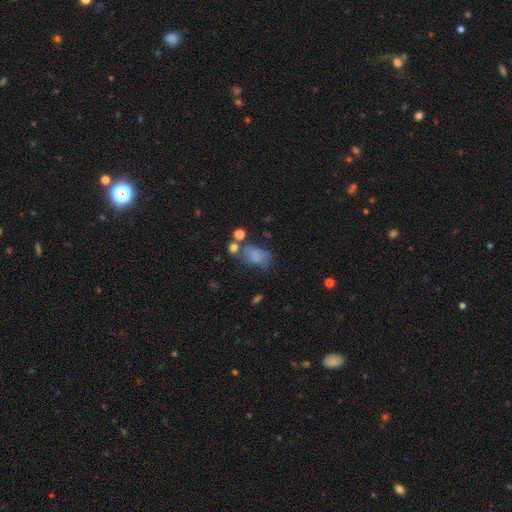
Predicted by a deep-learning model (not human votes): Overall: smooth (61%; featured or disk 24%). How rounded: in between (80%). Merging: none (31%; major disturbance 28%).